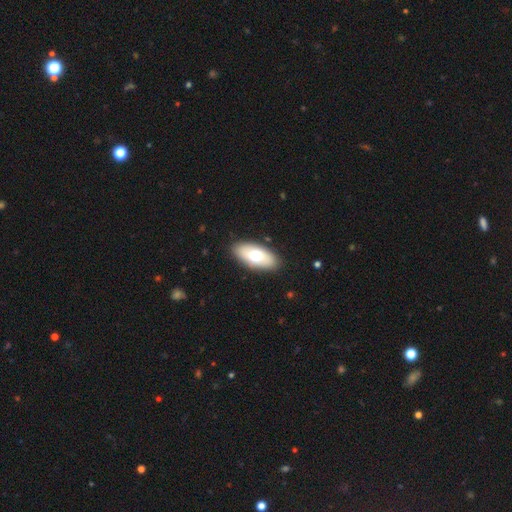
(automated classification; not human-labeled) smooth_or_featured: smooth (p=0.66) [alt: featured or disk p=0.28]
how_rounded: in between (p=0.90) [alt: cigar-shaped p=0.07]
merging: none (p=0.88) [alt: minor disturbance p=0.09]